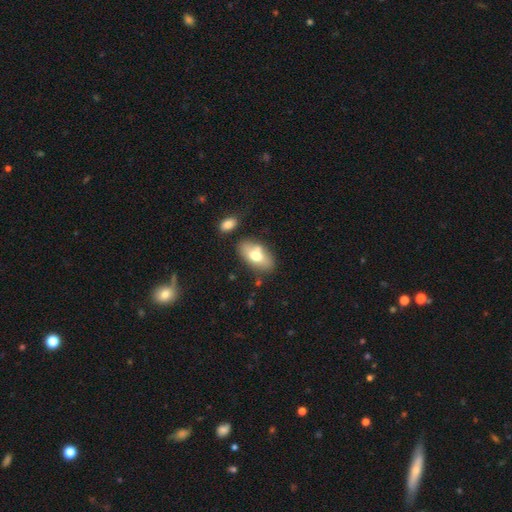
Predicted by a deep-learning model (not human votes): This appears to be a smooth galaxy with no disk features (68%) that is in between round and cigar-shaped (91%). Merging: none (68%).